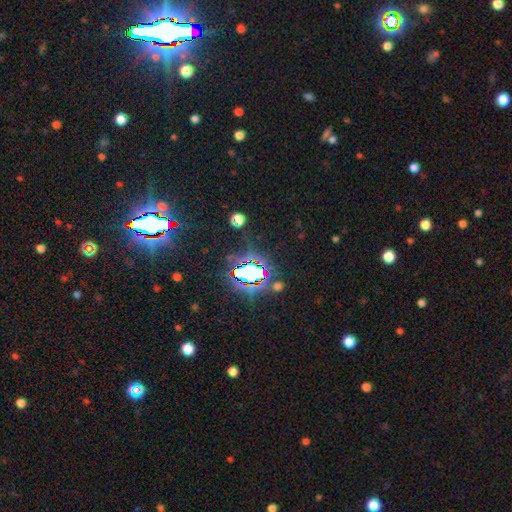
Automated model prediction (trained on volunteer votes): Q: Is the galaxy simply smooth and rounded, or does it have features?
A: star or artifact — 85%.